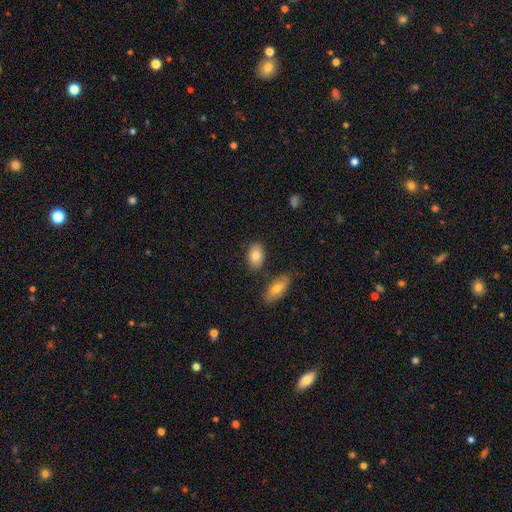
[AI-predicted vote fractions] Overall: smooth (80%). How rounded: in between (86%). Merging: none (78%).